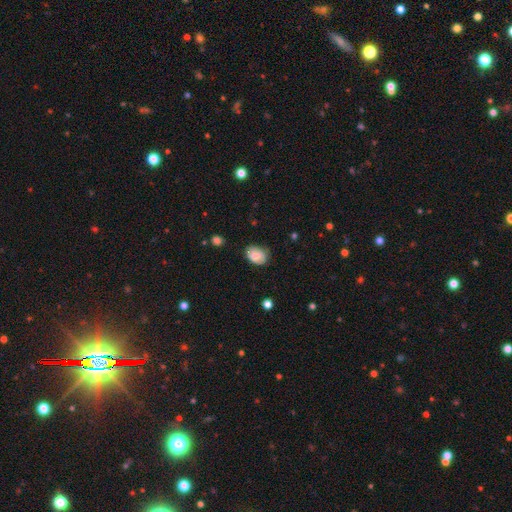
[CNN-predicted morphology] smooth_or_featured: smooth (p=0.83) [alt: featured or disk p=0.09]
how_rounded: in between (p=0.75) [alt: round p=0.24]
merging: none (p=0.65) [alt: minor disturbance p=0.28]